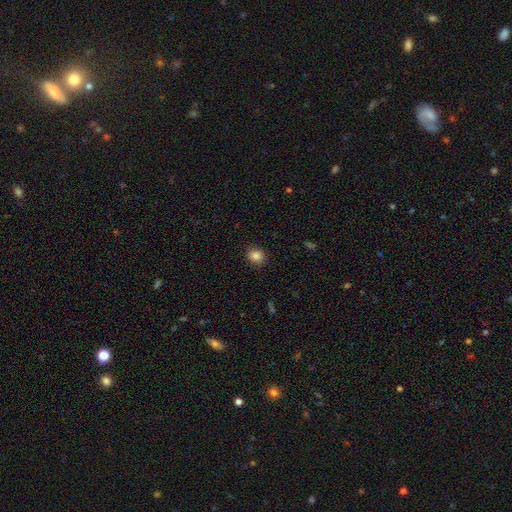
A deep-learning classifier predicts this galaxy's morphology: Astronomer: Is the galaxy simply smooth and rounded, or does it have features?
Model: smooth — 85%.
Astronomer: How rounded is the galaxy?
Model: round — 77%.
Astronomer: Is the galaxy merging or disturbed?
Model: none — 90%.